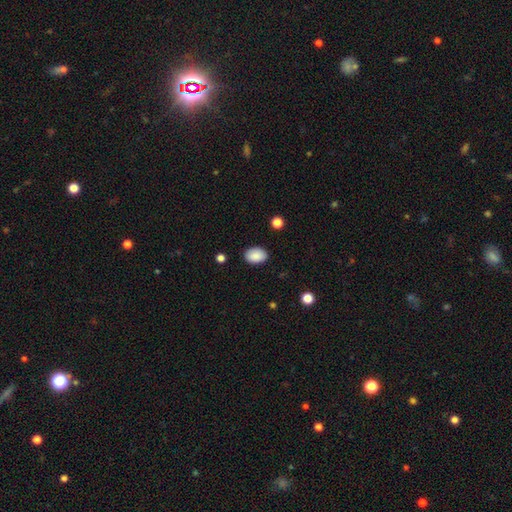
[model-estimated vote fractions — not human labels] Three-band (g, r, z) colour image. It shows a smooth galaxy with no disk features (89%) that is in between round and cigar-shaped (84%). Merging: none (88%).